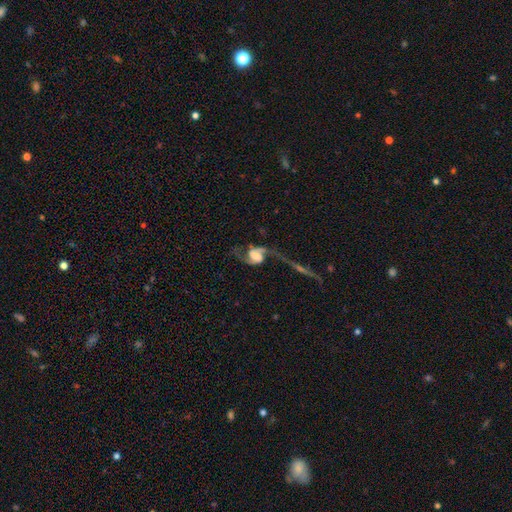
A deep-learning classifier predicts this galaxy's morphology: A featured or disk galaxy (85%) with a weak bar (42%), 2 (91%) loose (68%) spiral arms (95%) and a large central bulge (33%). Merging: none (44%).